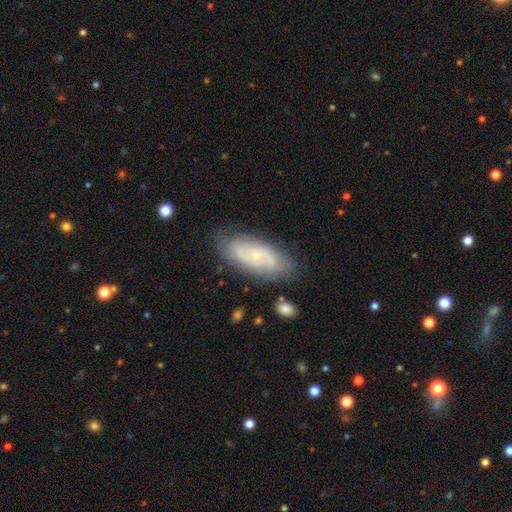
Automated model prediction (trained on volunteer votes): A featured or disk galaxy (59%) with no bar (69%), spiral arms (77%) and a small central bulge (77%). Merging: none (76%).